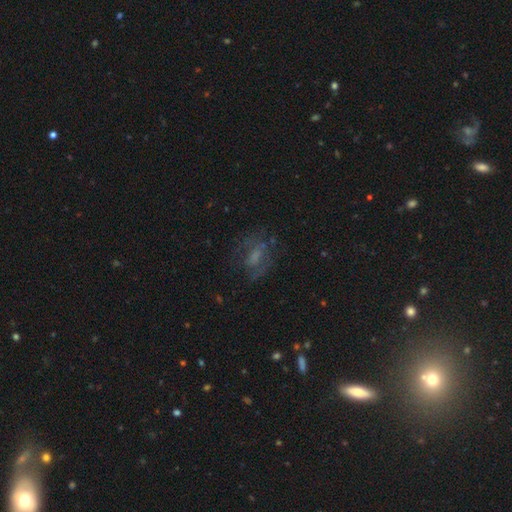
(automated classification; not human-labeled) The model was most divided on "smooth or featured": featured or disk: 49%, smooth: 32%, star or artifact: 19%. More confident: merging — none (59%).